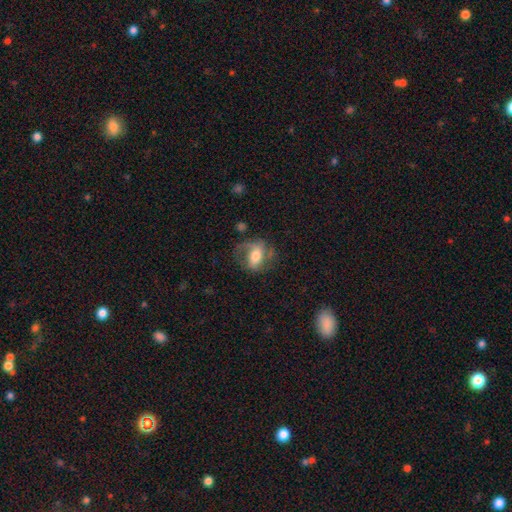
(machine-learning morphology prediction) Smooth or featured? Predicted: featured or disk (p=0.61). Edge-on disk? Predicted: no (p=0.95). Bar? Predicted: weak (p=0.37). Spiral arms? Predicted: yes (p=0.84). Bulge size? Predicted: moderate (p=0.60). Merging? Predicted: none (p=0.54).